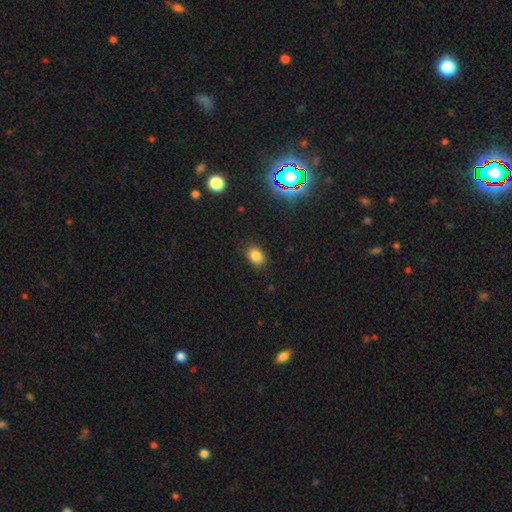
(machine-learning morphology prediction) A smooth galaxy with no disk features (83%) that is in between round and cigar-shaped (73%). Merging: none (85%).